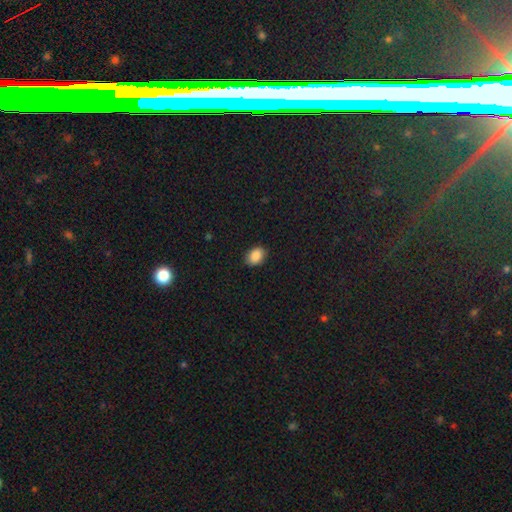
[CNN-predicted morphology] Smooth or featured? smooth (88%)
How rounded? in between (78%)
Merging? none (88%)